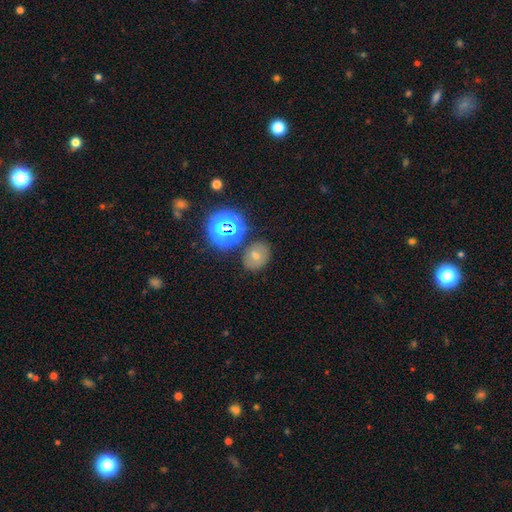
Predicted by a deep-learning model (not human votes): A smooth galaxy with no disk features (60%) that is round (51%).

Vote fractions:
- Smooth or featured? smooth: 60% / star or artifact: 22% / featured or disk: 18%
- How rounded? round: 51% / in between: 48% / cigar-shaped: 1%
- Merging? none: 75% / minor disturbance: 13% / merger: 8% / major disturbance: 4%